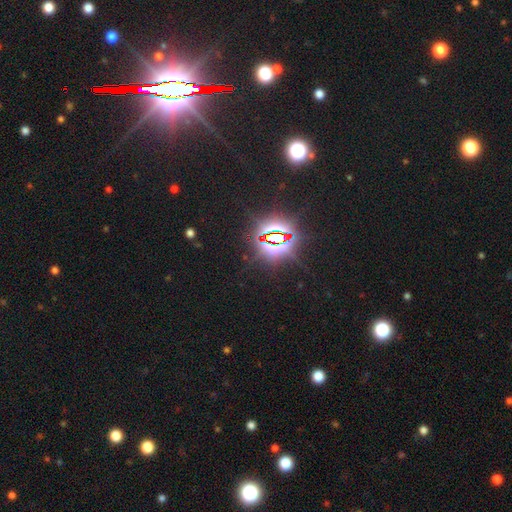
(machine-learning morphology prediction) smooth_or_featured: star or artifact (p=0.82) [alt: smooth p=0.10]